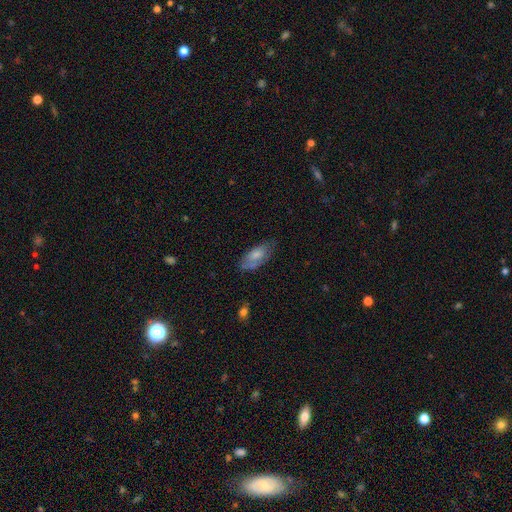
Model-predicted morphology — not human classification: The model was most divided on "merging": none: 62%, minor disturbance: 27%, major disturbance: 8%, merger: 3%. More confident: how rounded — in between (88%); smooth or featured — smooth (66%).